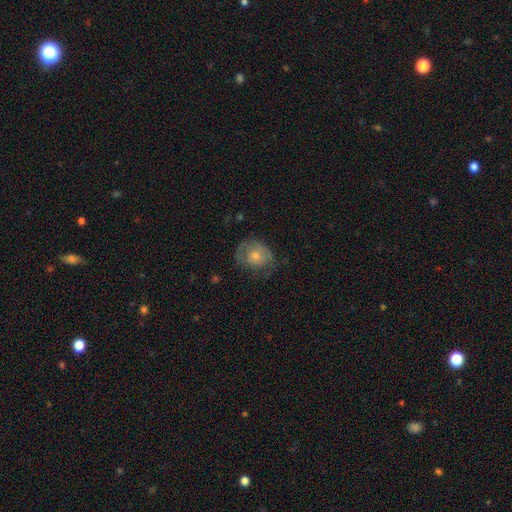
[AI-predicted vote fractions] Smooth or featured?
  - smooth: 46% *
  - featured or disk: 44%
  - star or artifact: 10%
Merging?
  - none: 61% *
  - minor disturbance: 24%
  - major disturbance: 14%
  - merger: 1%